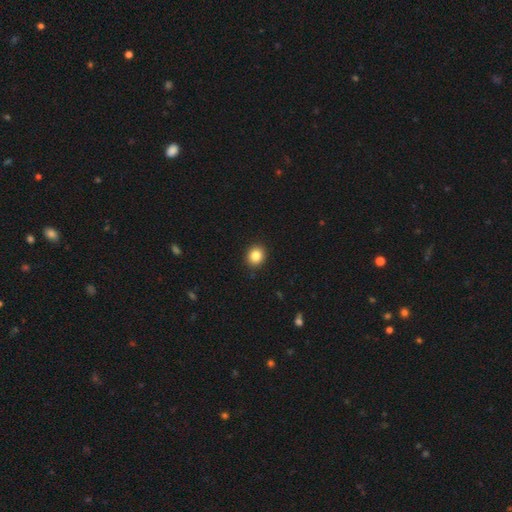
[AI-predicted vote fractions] Q: Smooth or featured?
A: smooth (85%); runner-up: star or artifact (10%)
Q: How rounded?
A: round (79%); runner-up: in between (20%)
Q: Merging?
A: none (92%); runner-up: minor disturbance (6%)